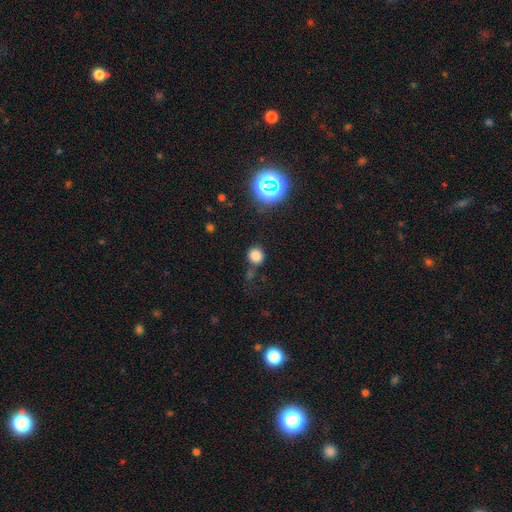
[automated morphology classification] A smooth galaxy with no disk features (77%) that is round (90%). Merging: none (75%).